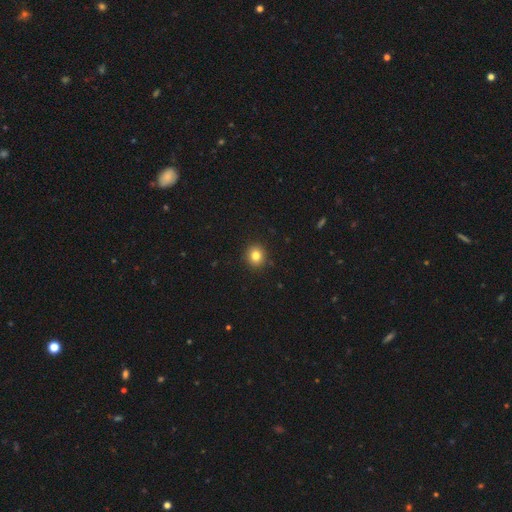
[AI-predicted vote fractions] Smooth or featured: smooth — 82% (star or artifact — 11%)
How rounded: round — 88% (in between — 12%)
Merging: none — 91% (minor disturbance — 6%)